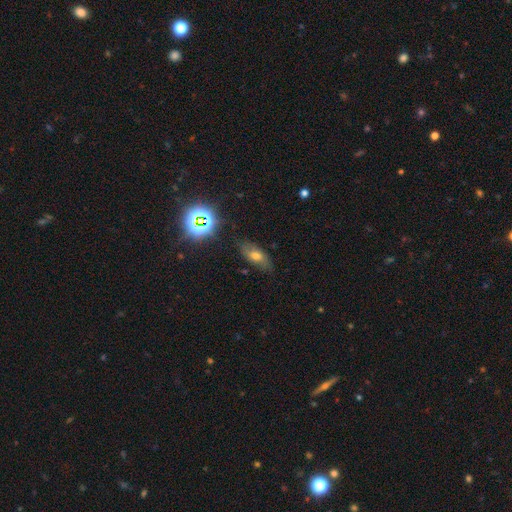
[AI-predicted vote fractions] This appears to be a smooth galaxy with no disk features (54%) that is in between round and cigar-shaped (79%). Merging: none (75%).